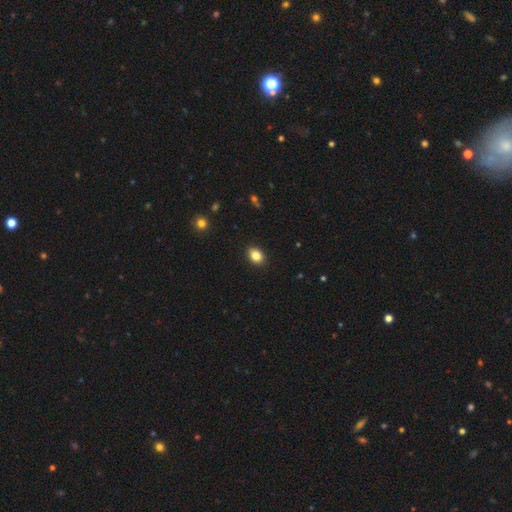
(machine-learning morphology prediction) A smooth galaxy with no disk features (85%) that is in between round and cigar-shaped (61%). Merging: none (90%).